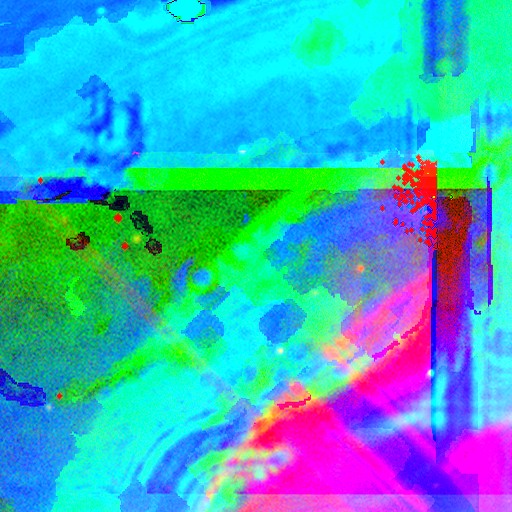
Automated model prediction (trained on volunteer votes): A star or artifact, not a galaxy (85%).

Vote fractions:
- Smooth or featured? star or artifact: 85% / featured or disk: 9% / smooth: 7%